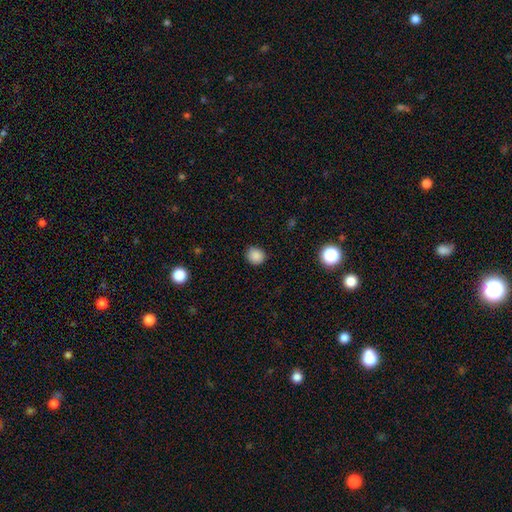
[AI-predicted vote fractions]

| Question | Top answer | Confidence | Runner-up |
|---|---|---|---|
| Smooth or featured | smooth | 86% | star or artifact (11%) |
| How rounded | round | 82% | in between (17%) |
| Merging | none | 86% | minor disturbance (10%) |